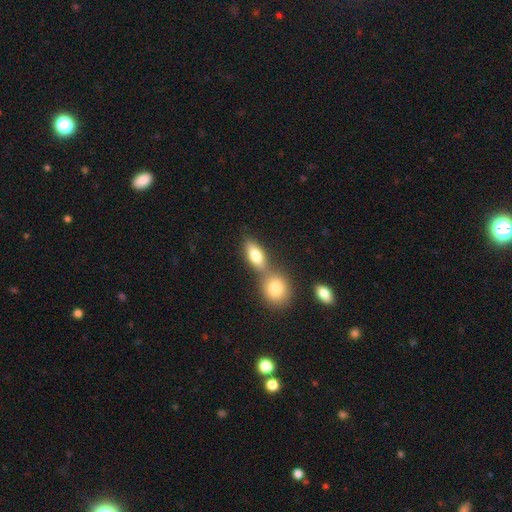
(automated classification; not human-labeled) Morphology: type=smooth (77%); roundness=in between (76%); merging=merger (49%).